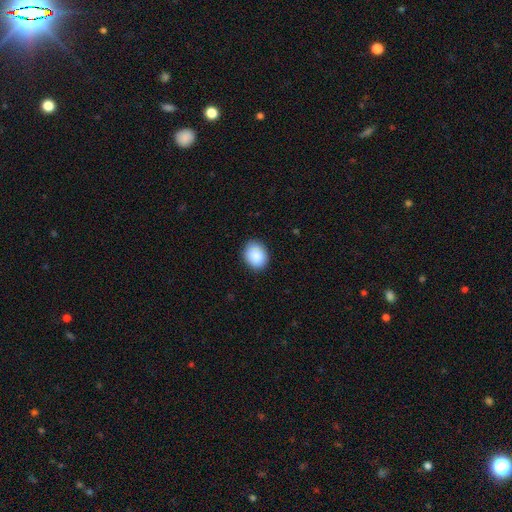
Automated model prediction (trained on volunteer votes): Smooth or featured: smooth — 89% (star or artifact — 7%)
How rounded: in between — 52% (round — 47%)
Merging: none — 87% (minor disturbance — 10%)